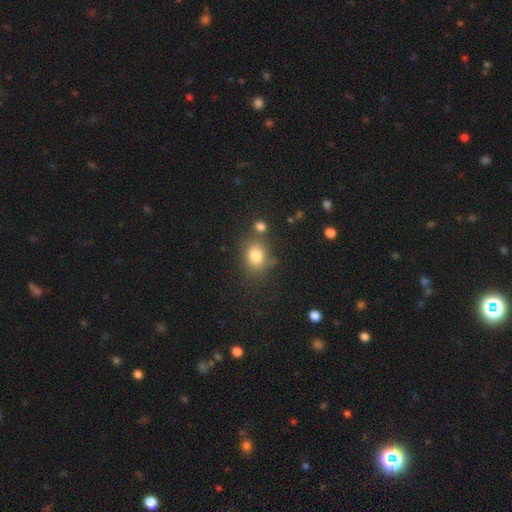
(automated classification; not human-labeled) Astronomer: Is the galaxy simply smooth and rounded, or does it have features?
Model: smooth — 80%.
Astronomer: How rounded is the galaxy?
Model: in between — 56% (runner-up: round, 43%).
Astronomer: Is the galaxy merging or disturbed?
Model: none — 66%.